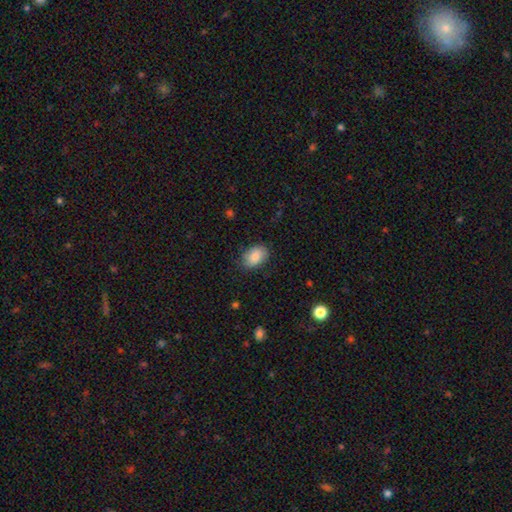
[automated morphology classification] Smooth or featured? smooth (87%)
How rounded? in between (86%)
Merging? none (81%)